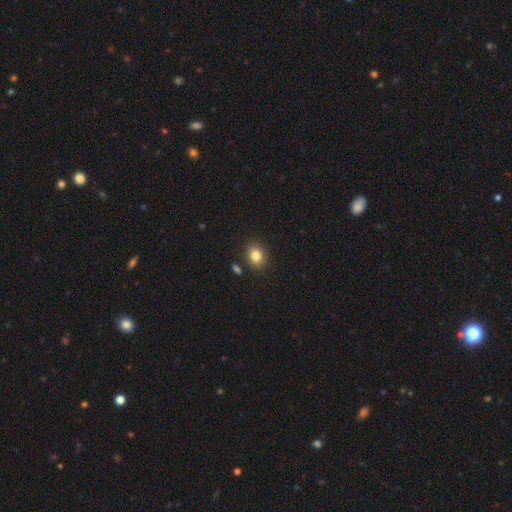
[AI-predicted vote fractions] This appears to be a smooth galaxy with no disk features (83%) that is in between round and cigar-shaped (51%). Merging: none (84%).